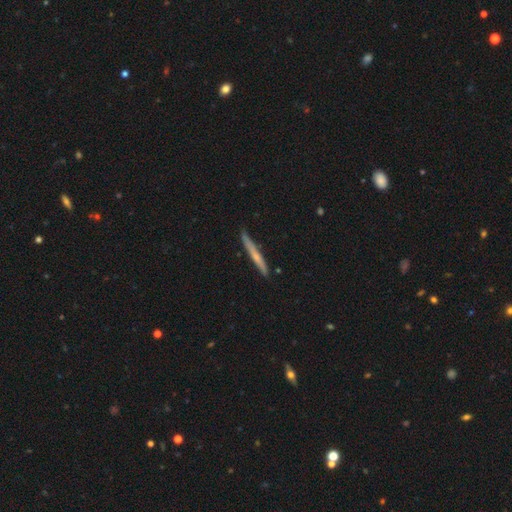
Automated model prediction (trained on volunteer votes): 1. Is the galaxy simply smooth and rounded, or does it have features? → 49% featured or disk, 45% smooth, 6% star or artifact.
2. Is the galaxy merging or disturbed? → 86% none, 11% minor disturbance, 2% major disturbance, 1% merger.